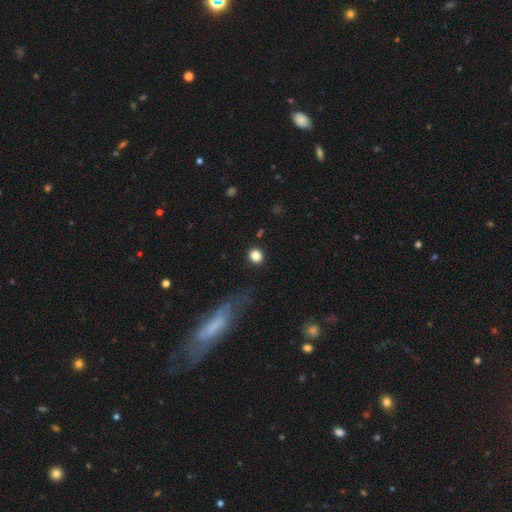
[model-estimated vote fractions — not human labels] Smooth or featured: smooth — 85% (star or artifact — 10%)
How rounded: round — 75% (in between — 24%)
Merging: none — 89% (minor disturbance — 6%)